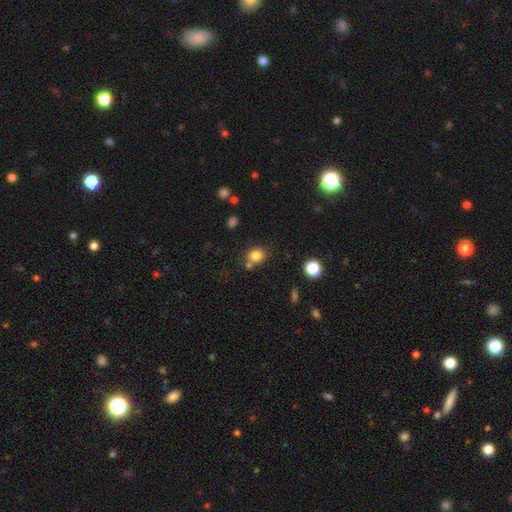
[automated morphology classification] smooth 81%, star or artifact 12%, featured or disk 7%. Down the decision tree: how rounded — round (65%); merging — none (68%).